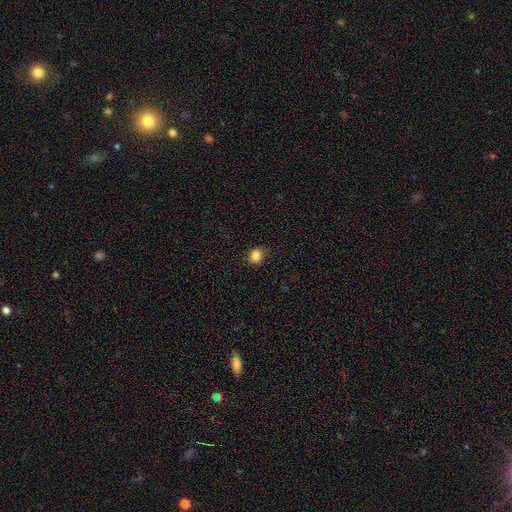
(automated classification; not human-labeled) A smooth galaxy with no disk features (85%) that is round (79%).

Vote fractions:
- Smooth or featured? smooth: 85% / star or artifact: 11% / featured or disk: 4%
- How rounded? round: 79% / in between: 20% / cigar-shaped: 1%
- Merging? none: 85% / minor disturbance: 11% / major disturbance: 3% / merger: 1%